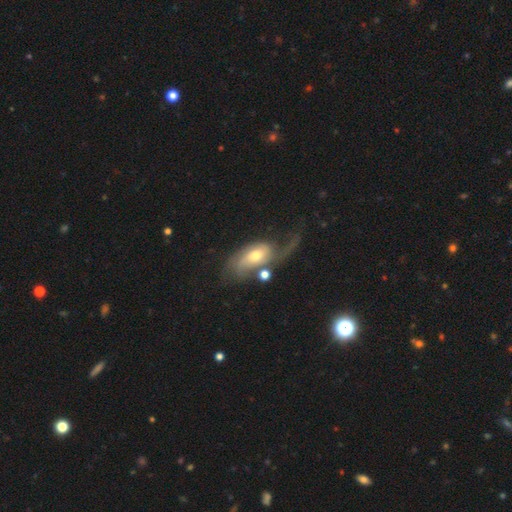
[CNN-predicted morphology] The model was most divided on "merging": major disturbance: 40%, none: 28%, minor disturbance: 18%, merger: 14%. More confident: edge-on disk — no (92%); spiral arms — yes (82%); smooth or featured — featured or disk (64%); bar — no (64%); bulge size — moderate (61%).